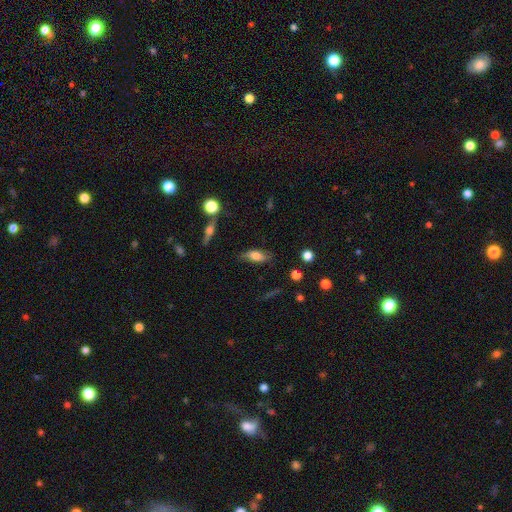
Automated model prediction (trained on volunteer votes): The model was most divided on "smooth or featured": smooth: 67%, featured or disk: 25%, star or artifact: 8%. More confident: how rounded — in between (75%); merging — none (71%).